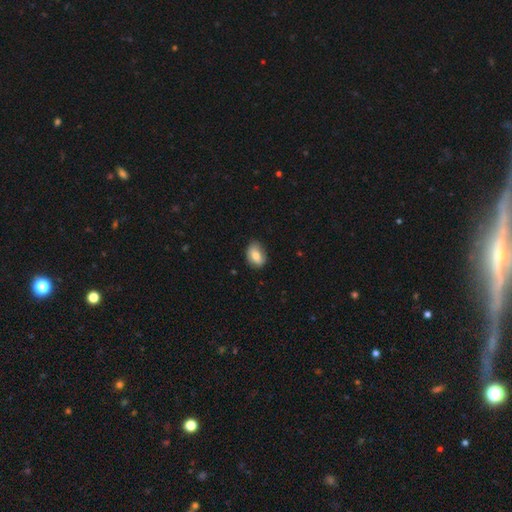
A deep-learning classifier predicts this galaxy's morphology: Q: Smooth or featured?
A: smooth (70%); runner-up: featured or disk (22%)
Q: How rounded?
A: in between (80%); runner-up: round (19%)
Q: Merging?
A: none (75%); runner-up: minor disturbance (20%)